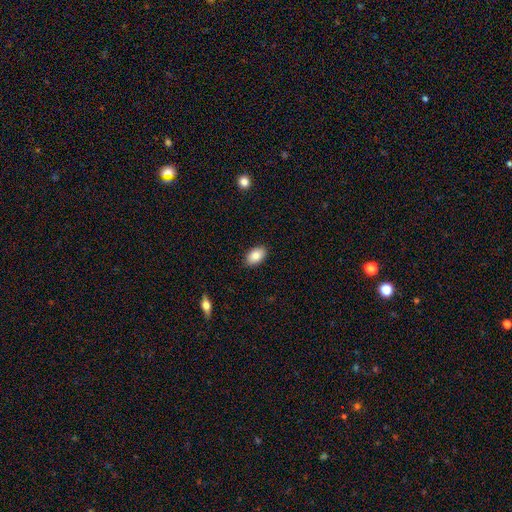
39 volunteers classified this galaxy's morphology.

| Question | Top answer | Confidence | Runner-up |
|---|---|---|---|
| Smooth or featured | smooth | 85% | featured or disk (8%) |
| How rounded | in between | 94% | round (6%) |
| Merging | none | 94% | minor disturbance (6%) |